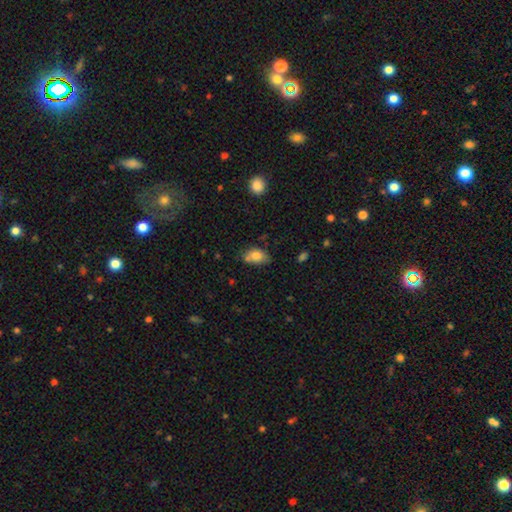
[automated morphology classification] Smooth or featured?
  - smooth: 80% *
  - featured or disk: 11%
  - star or artifact: 9%
How rounded?
  - in between: 84% *
  - round: 15%
  - cigar-shaped: 2%
Merging?
  - none: 58% *
  - minor disturbance: 26%
  - merger: 10%
  - major disturbance: 5%